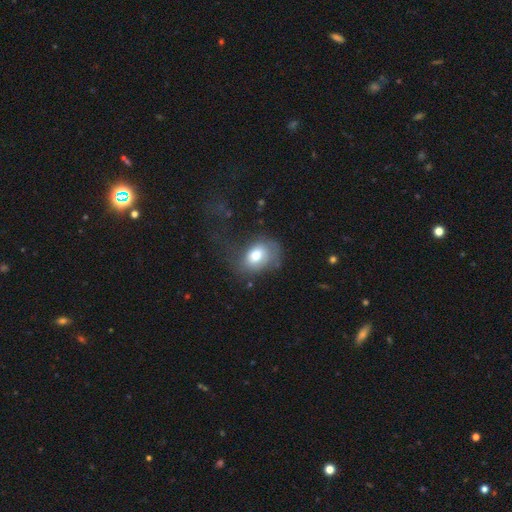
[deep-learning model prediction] This appears to be a smooth galaxy with no disk features (69%) that is in between round and cigar-shaped (62%). Merging: none (43%).